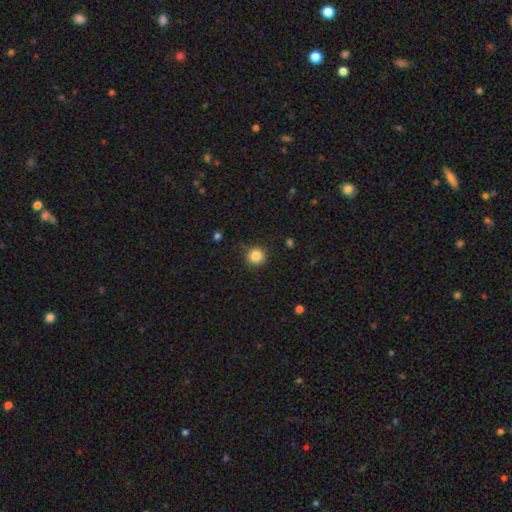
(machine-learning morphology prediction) Q: Smooth or featured?
A: smooth (85%); runner-up: star or artifact (11%)
Q: How rounded?
A: round (94%); runner-up: in between (5%)
Q: Merging?
A: none (86%); runner-up: minor disturbance (10%)